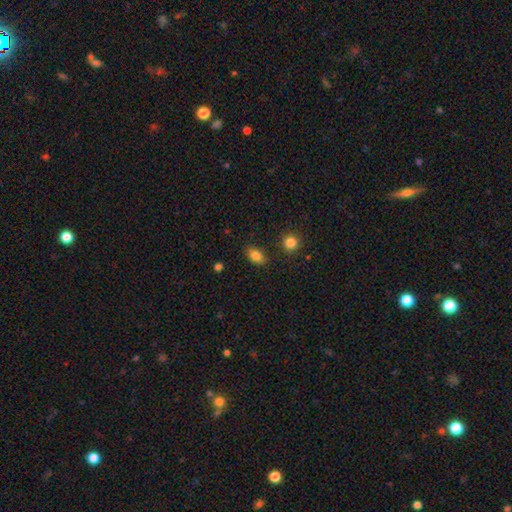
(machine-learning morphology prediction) This appears to be a smooth galaxy with no disk features (84%) that is in between round and cigar-shaped (86%). Merging: none (84%).